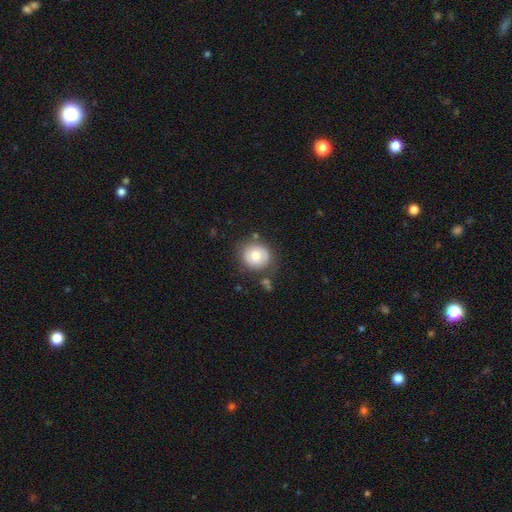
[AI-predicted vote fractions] Morphology: type=smooth (73%); roundness=round (85%); merging=none (75%).